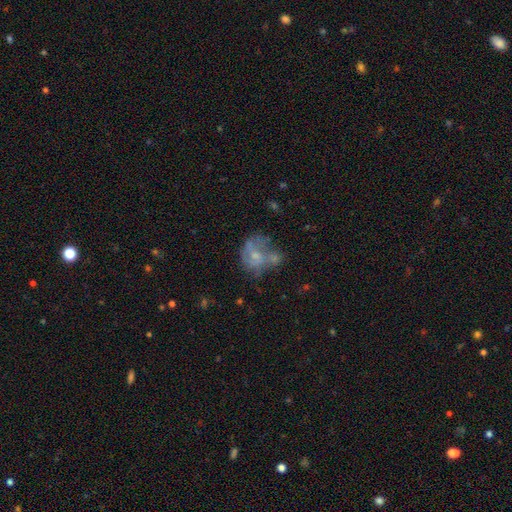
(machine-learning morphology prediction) A featured or disk galaxy (51%) with no bar (80%), no spiral arms (66%) and a small central bulge (41%). Merging: none (28%, tied with merger).